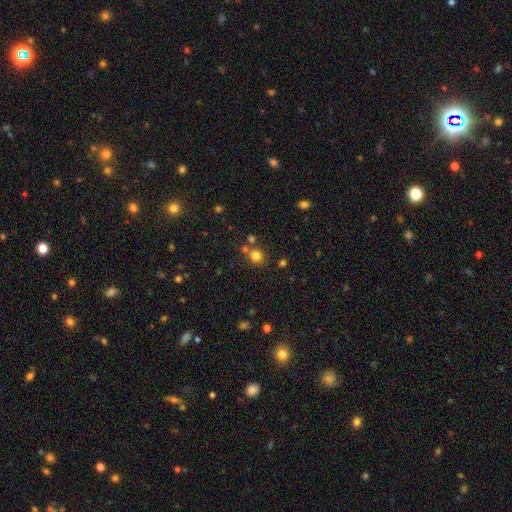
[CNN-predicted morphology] Overall: smooth (78%). How rounded: round (85%). Merging: none (71%).